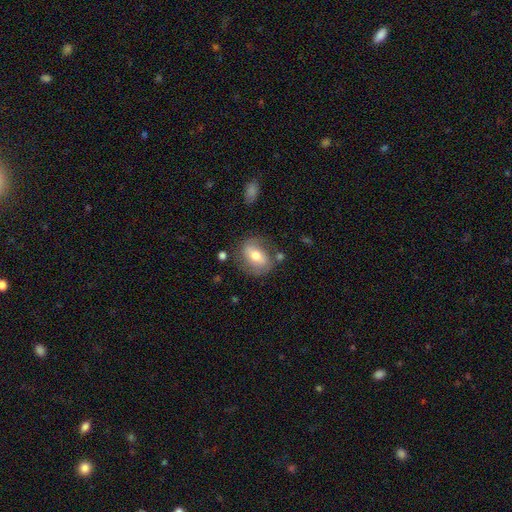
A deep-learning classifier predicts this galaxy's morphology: This appears to be a smooth galaxy with no disk features (53%) that is in between round and cigar-shaped (64%). Merging: none (69%).